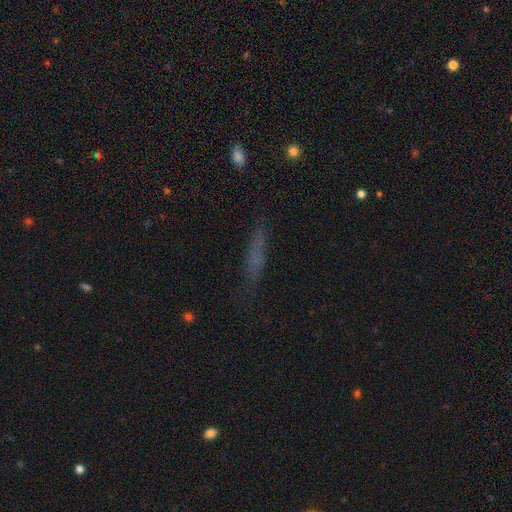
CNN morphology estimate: This is possibly a smooth galaxy (58%). How rounded: clearly cigar-shaped (85%). Merging: likely none (74%).